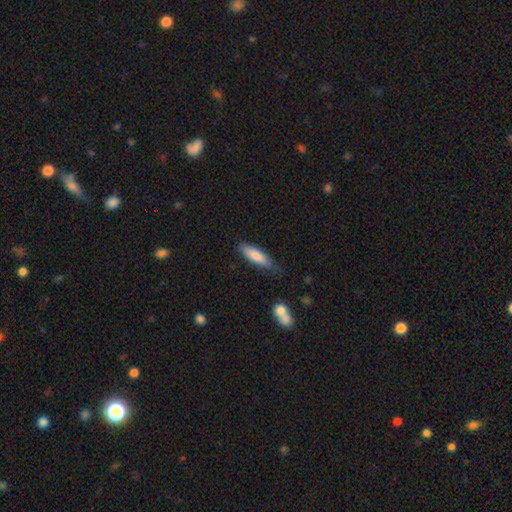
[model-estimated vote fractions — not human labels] This is clearly a smooth galaxy (81%). How rounded: possibly cigar-shaped (58%). Merging: likely none (68%).